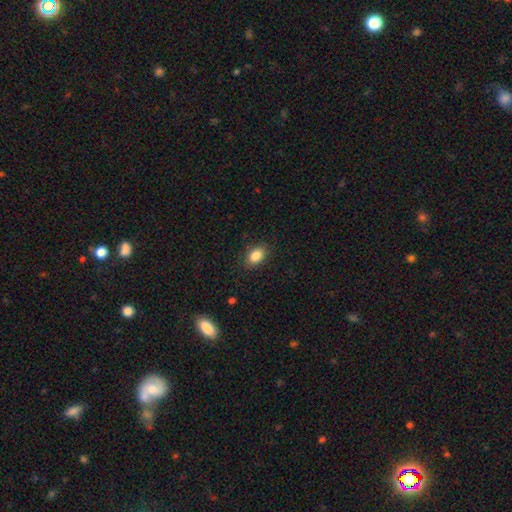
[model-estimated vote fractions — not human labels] Smooth or featured? smooth (85%)
How rounded? in between (84%)
Merging? none (87%)